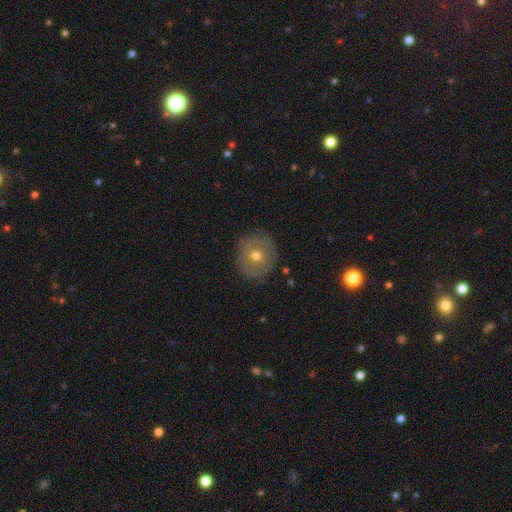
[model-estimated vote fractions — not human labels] This is possibly a smooth galaxy (48%). Merging: clearly none (82%).